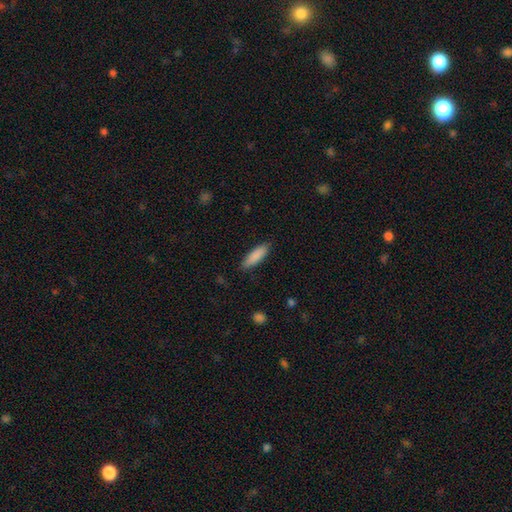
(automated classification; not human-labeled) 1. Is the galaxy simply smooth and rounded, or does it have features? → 88% smooth, 7% featured or disk, 6% star or artifact.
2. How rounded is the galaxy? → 54% cigar-shaped, 45% in between, 1% round.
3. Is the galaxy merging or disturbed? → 87% none, 10% minor disturbance, 2% major disturbance, 1% merger.